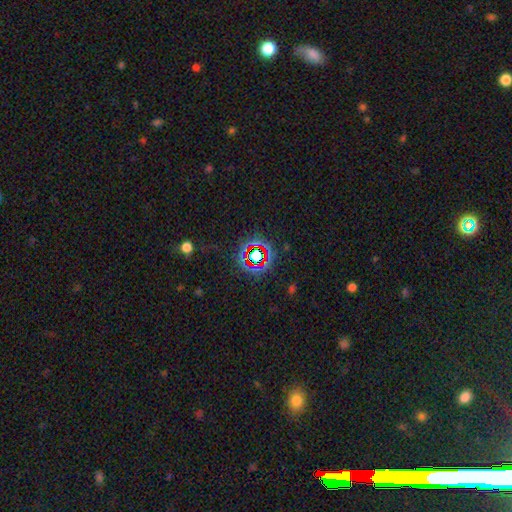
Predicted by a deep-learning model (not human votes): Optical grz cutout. It shows a star or artifact, not a galaxy (73%).